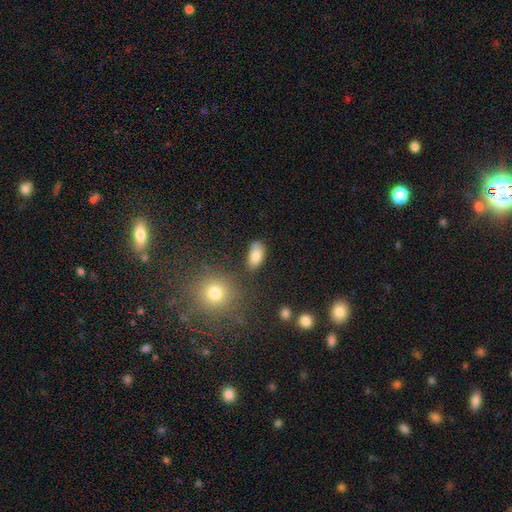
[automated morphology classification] Smooth or featured? Predicted: smooth (p=0.84). How rounded? Predicted: in between (p=0.91). Merging? Predicted: none (p=0.69).